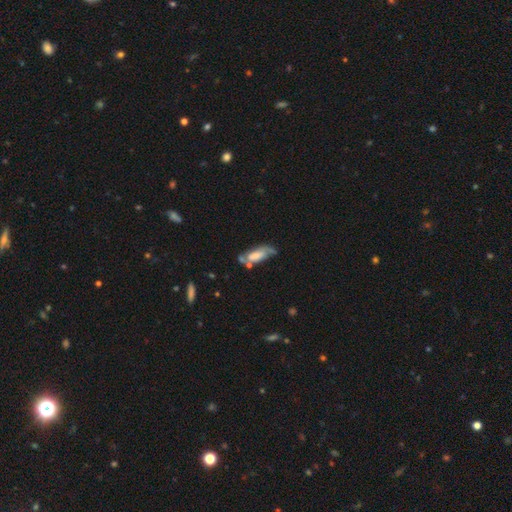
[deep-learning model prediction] featured or disk 52%, smooth 40%, star or artifact 8%. Down the decision tree: edge-on disk — no (82%); merging — none (47%).